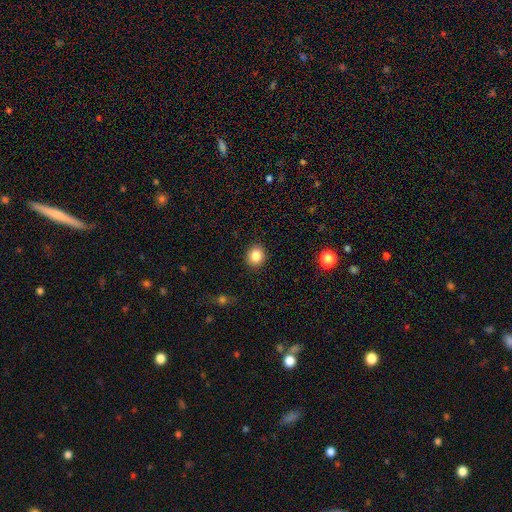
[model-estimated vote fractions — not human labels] This is clearly a smooth galaxy (85%). How rounded: likely round (80%). Merging: clearly none (91%).